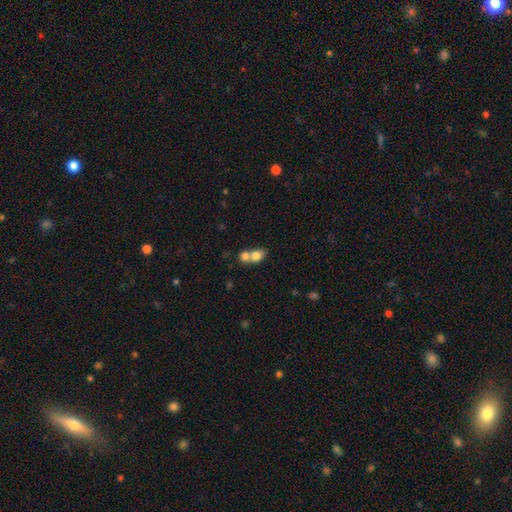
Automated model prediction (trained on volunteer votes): Smooth or featured? smooth (76%)
How rounded? round (54%)
Merging? merger (69%)